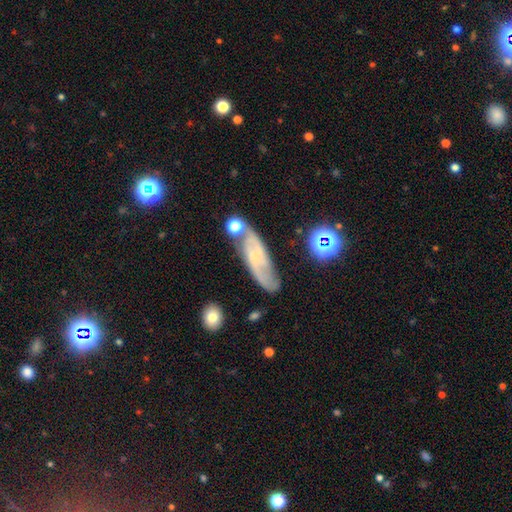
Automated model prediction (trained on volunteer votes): This is likely a featured or disk galaxy (67%). It is clearly not viewed edge-on (81%). Bar: marginally weak (43%). Spiral arm pattern: clearly yes (88%). Central bulge: marginally small (43%). Merging: likely none (62%).